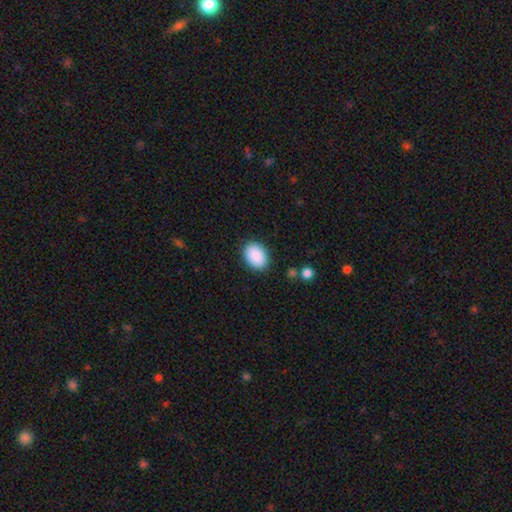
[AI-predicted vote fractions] smooth-or-featured: smooth: 90% | star or artifact: 6% | featured or disk: 3%
  how-rounded: in between: 79% | round: 20% | cigar-shaped: 1%
  merging: none: 87% | minor disturbance: 9% | major disturbance: 3% | merger: 1%